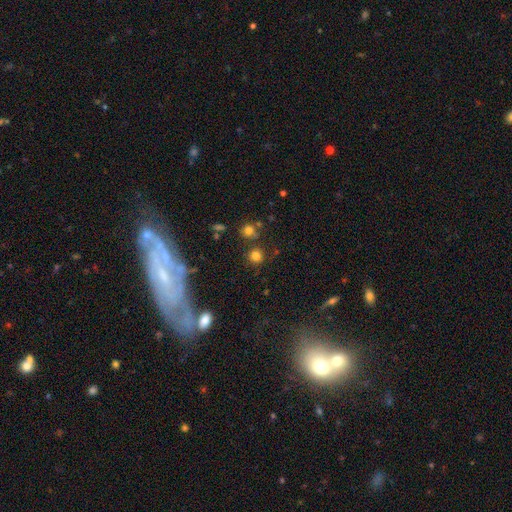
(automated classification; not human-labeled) smooth_or_featured: smooth (p=0.76) [alt: star or artifact p=0.18]
how_rounded: round (p=0.90) [alt: in between p=0.09]
merging: none (p=0.78) [alt: minor disturbance p=0.09]